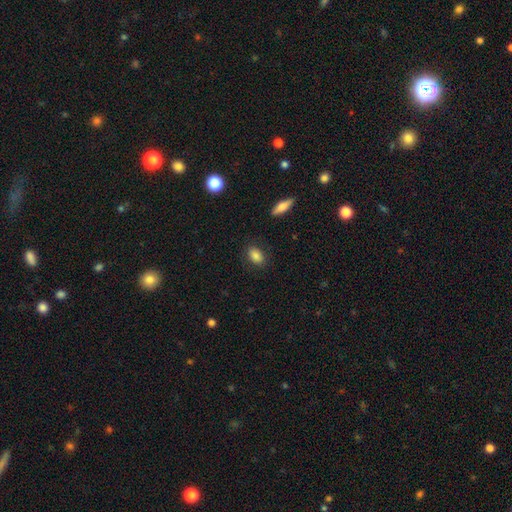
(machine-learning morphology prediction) smooth_or_featured: smooth (p=0.86) [alt: star or artifact p=0.08]
how_rounded: in between (p=0.84) [alt: round p=0.14]
merging: none (p=0.85) [alt: minor disturbance p=0.10]